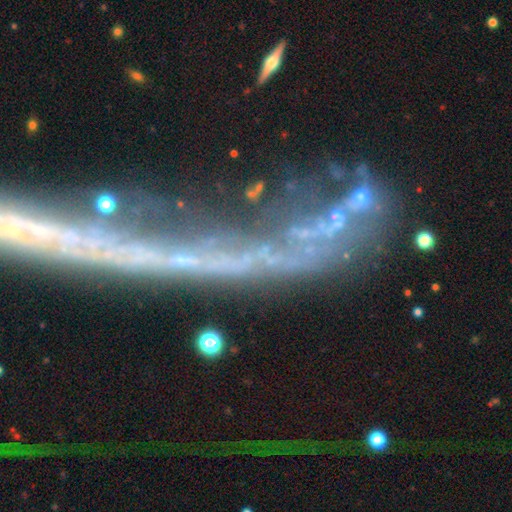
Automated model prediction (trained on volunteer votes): Smooth or featured? Predicted: featured or disk (p=0.50). Edge-on disk? Predicted: no (p=0.61). Merging? Predicted: none (p=0.40).